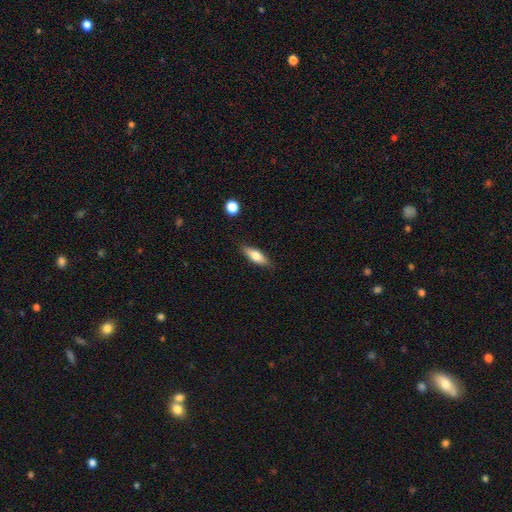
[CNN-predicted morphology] Smooth or featured: smooth — 67% (featured or disk — 26%)
How rounded: in between — 56% (cigar-shaped — 42%)
Merging: none — 84% (minor disturbance — 12%)